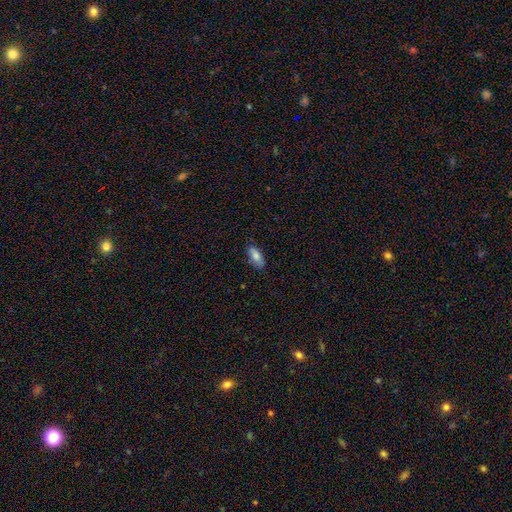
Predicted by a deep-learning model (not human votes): The model was most divided on "smooth or featured": smooth: 80%, featured or disk: 13%, star or artifact: 7%. More confident: merging — none (84%); how rounded — in between (83%).